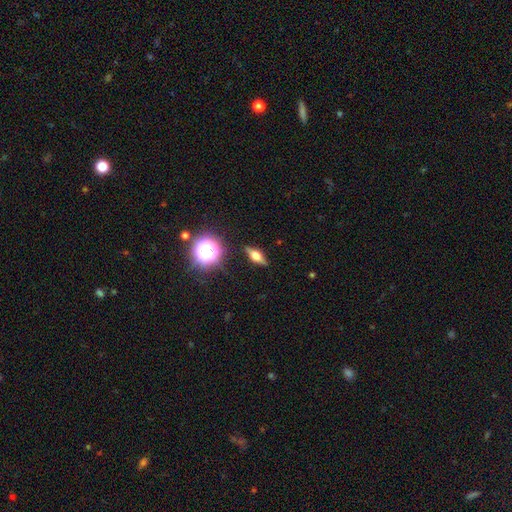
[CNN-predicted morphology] The model was most divided on "smooth or featured": featured or disk: 51%, smooth: 37%, star or artifact: 12%. More confident: edge-on disk — yes (90%); merging — none (86%).